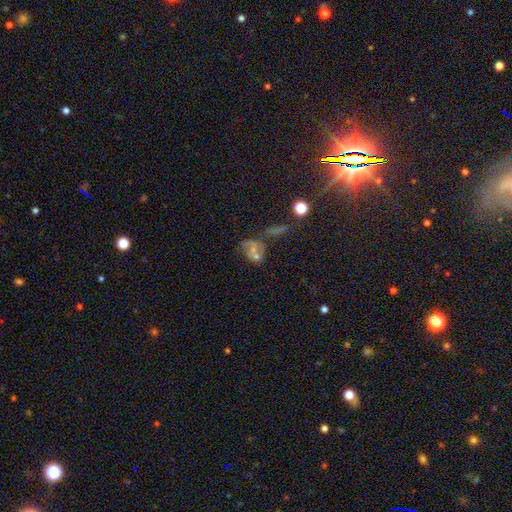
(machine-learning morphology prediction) Q: Smooth or featured?
A: featured or disk (37%); runner-up: smooth (35%)
Q: Merging?
A: none (36%); runner-up: merger (33%)